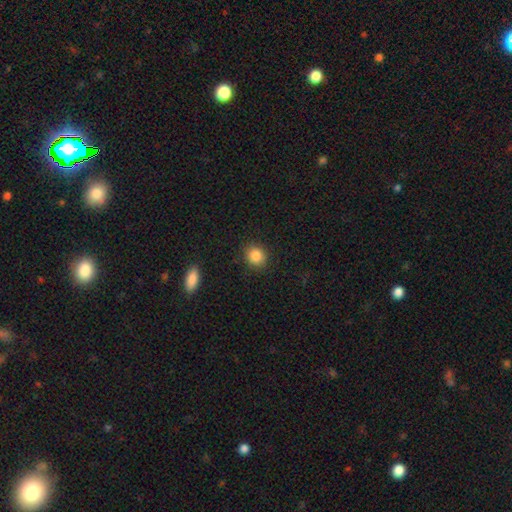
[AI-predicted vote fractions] Overall: smooth (86%). How rounded: round (83%). Merging: none (89%).